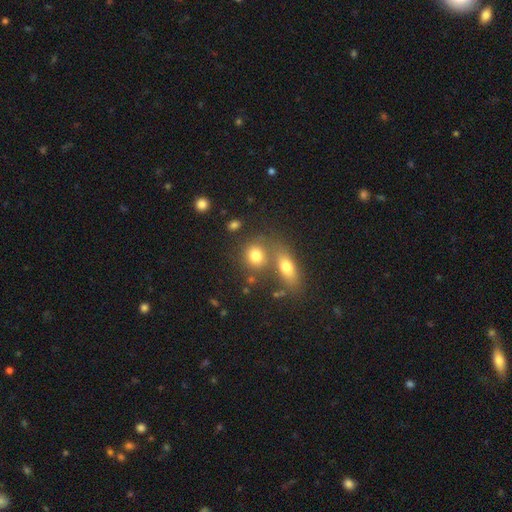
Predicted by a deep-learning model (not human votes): smooth-or-featured: smooth: 77% | featured or disk: 11% | star or artifact: 11%
  how-rounded: round: 63% | in between: 34% | cigar-shaped: 3%
  merging: none: 47% | merger: 38% | minor disturbance: 9% | major disturbance: 5%